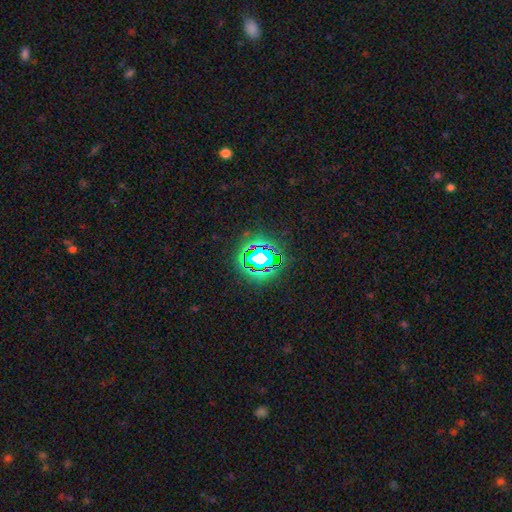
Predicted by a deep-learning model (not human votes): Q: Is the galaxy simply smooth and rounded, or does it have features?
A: star or artifact — 72%.